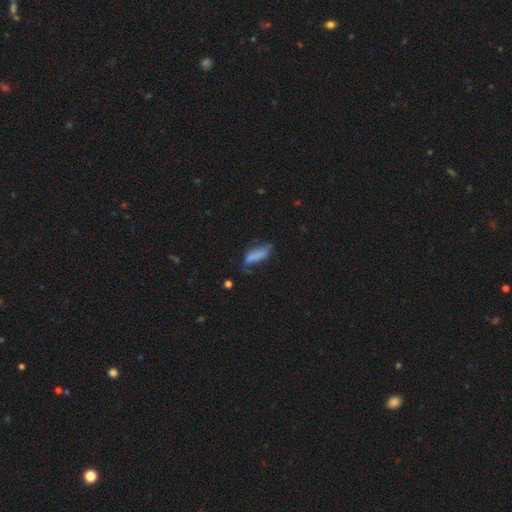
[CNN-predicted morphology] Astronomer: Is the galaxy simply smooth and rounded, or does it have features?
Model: smooth — 69%.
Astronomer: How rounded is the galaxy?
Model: in between — 55% (runner-up: cigar-shaped, 43%).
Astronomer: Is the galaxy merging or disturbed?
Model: none — 37% (runner-up: minor disturbance, 34%).